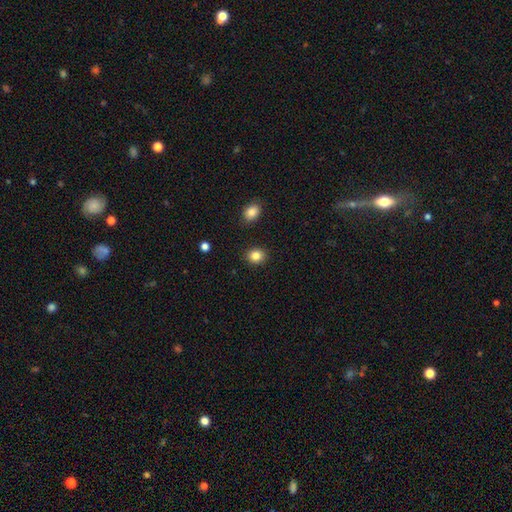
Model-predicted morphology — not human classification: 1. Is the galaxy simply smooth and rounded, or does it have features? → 85% smooth, 10% star or artifact, 5% featured or disk.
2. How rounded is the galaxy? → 70% round, 29% in between, 1% cigar-shaped.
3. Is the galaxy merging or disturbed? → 89% none, 7% minor disturbance, 2% major disturbance, 2% merger.